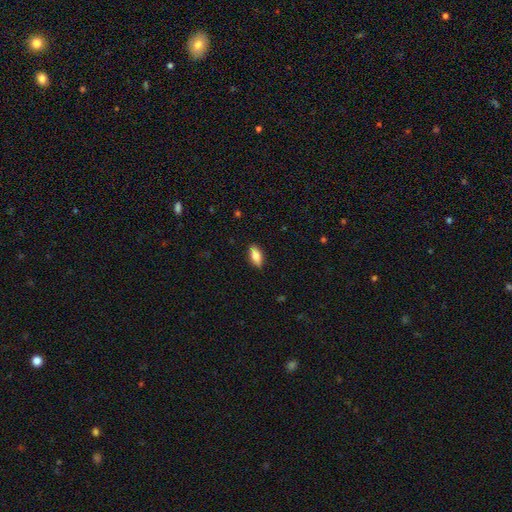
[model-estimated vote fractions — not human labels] smooth-or-featured: smooth: 78% | featured or disk: 15% | star or artifact: 6%
  how-rounded: in between: 79% | cigar-shaped: 18% | round: 3%
  merging: none: 88% | minor disturbance: 9% | major disturbance: 2% | merger: 1%